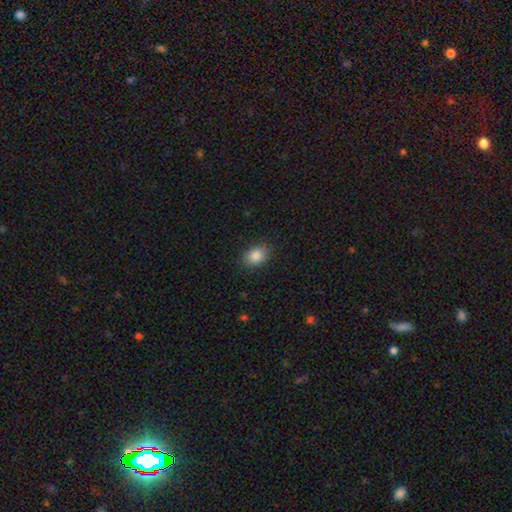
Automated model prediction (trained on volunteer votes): The model was most divided on "how rounded": in between: 70%, round: 29%, cigar-shaped: 1%. More confident: smooth or featured — smooth (87%); merging — none (84%).